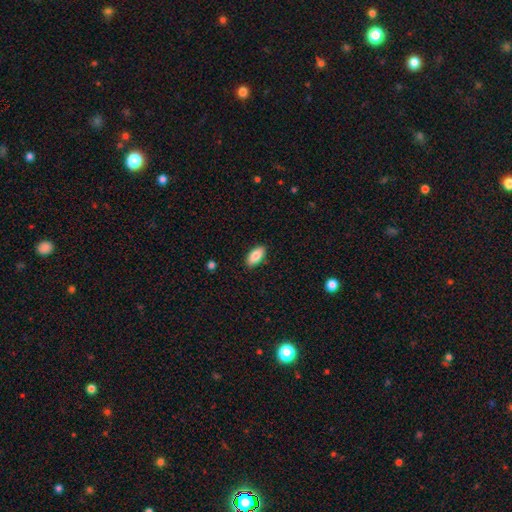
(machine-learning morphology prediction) smooth-or-featured: smooth: 85% | featured or disk: 9% | star or artifact: 7%
  how-rounded: in between: 89% | cigar-shaped: 8% | round: 2%
  merging: none: 88% | minor disturbance: 9% | major disturbance: 2% | merger: 1%